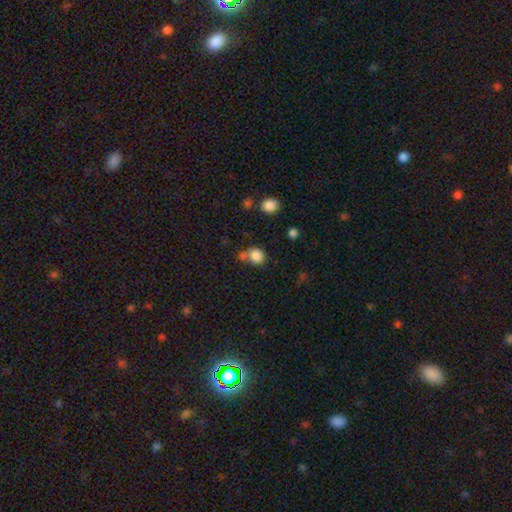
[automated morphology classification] The model was most divided on "merging": none: 53%, merger: 24%, minor disturbance: 17%, major disturbance: 6%. More confident: smooth or featured — smooth (83%); how rounded — round (72%).